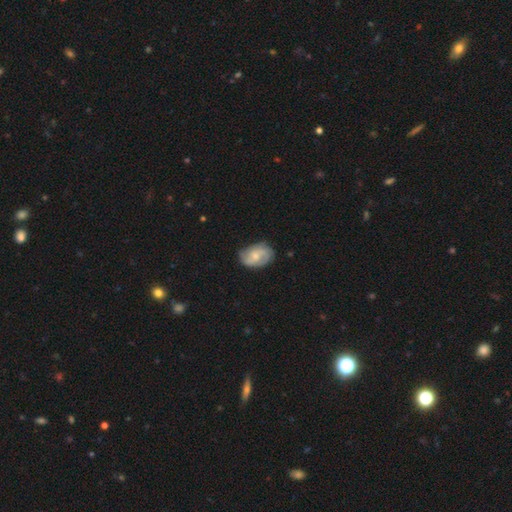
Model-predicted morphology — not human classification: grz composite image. It shows a featured or disk galaxy (55%) with no bar (61%), spiral arms (84%) and a small central bulge (48%). Merging: none (69%).